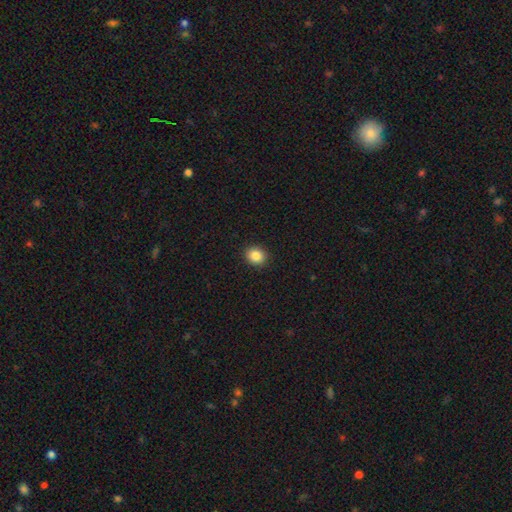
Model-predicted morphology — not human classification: The model was most divided on "how rounded": round: 69%, in between: 30%, cigar-shaped: 1%. More confident: merging — none (91%); smooth or featured — smooth (87%).